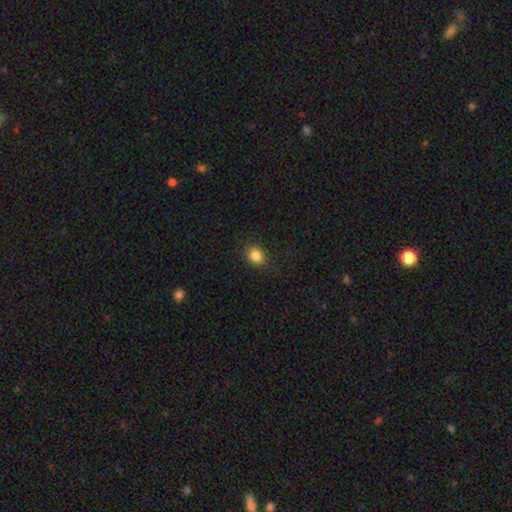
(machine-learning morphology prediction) smooth 85%, star or artifact 11%, featured or disk 4%. Down the decision tree: how rounded — round (67%); merging — none (87%).